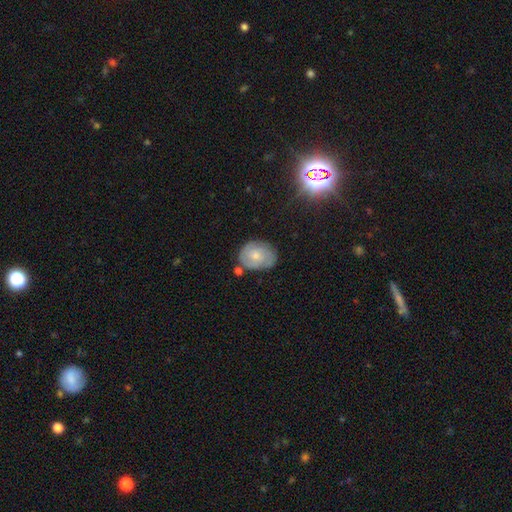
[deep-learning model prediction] Smooth or featured? smooth (53%)
How rounded? in between (53%)
Merging? none (66%)